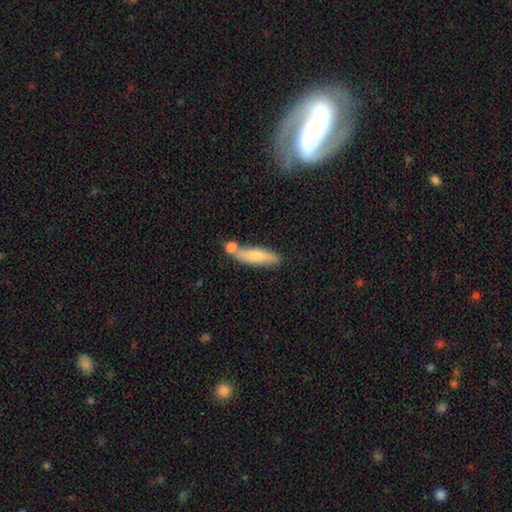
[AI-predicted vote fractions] Overall: smooth (70%). How rounded: cigar-shaped (66%; in between 31%). Merging: none (62%).